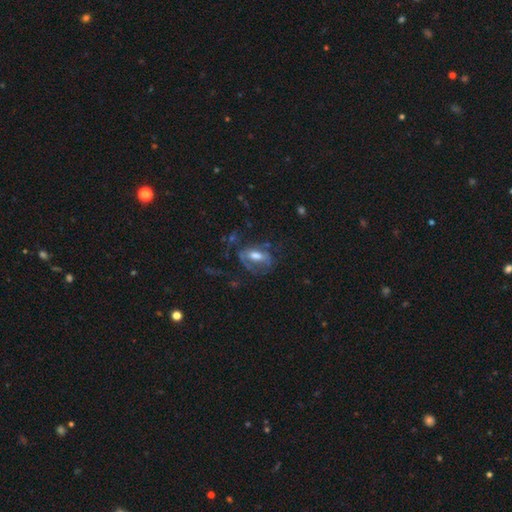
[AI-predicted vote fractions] The model was most divided on "merging": none: 41%, major disturbance: 34%, minor disturbance: 22%, merger: 3%. More confident: edge-on disk — no (91%); smooth or featured — featured or disk (54%).